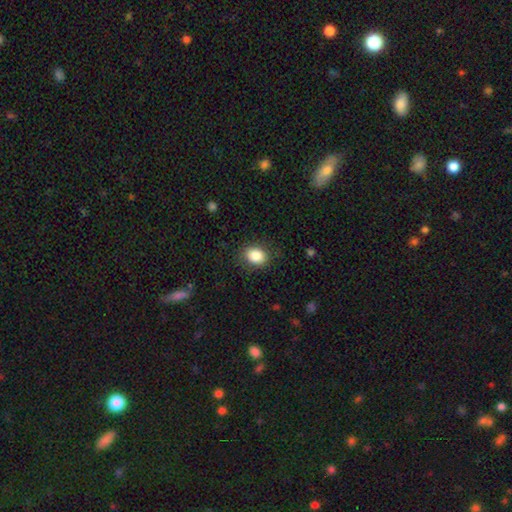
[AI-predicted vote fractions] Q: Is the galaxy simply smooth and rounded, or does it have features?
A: smooth — 86%.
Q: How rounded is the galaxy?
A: in between — 55%.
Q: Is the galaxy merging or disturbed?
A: none — 86%.